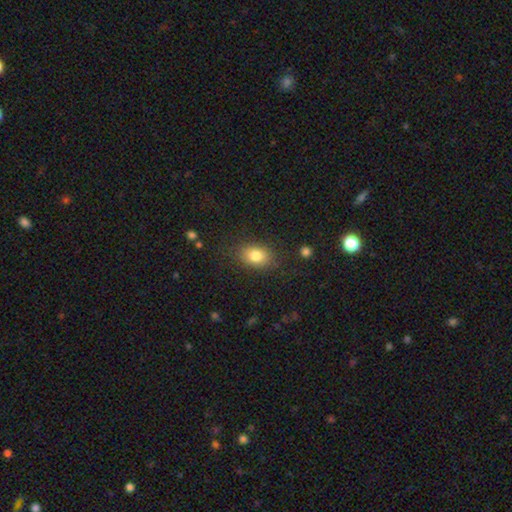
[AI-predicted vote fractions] Smooth or featured? smooth (82%)
How rounded? in between (72%)
Merging? none (81%)